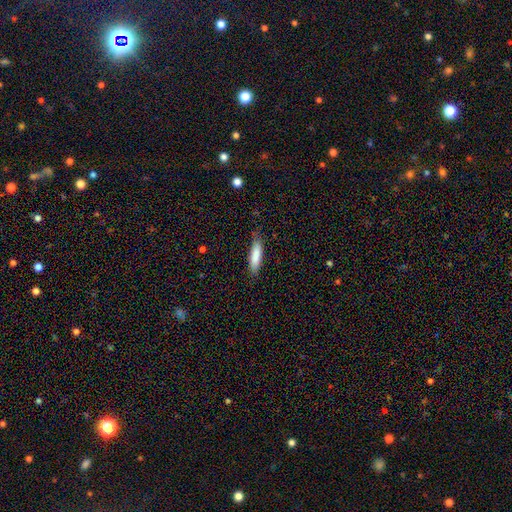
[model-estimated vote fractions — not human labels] smooth 83%, featured or disk 11%, star or artifact 6%. Down the decision tree: how rounded — cigar-shaped (71%); merging — none (75%).